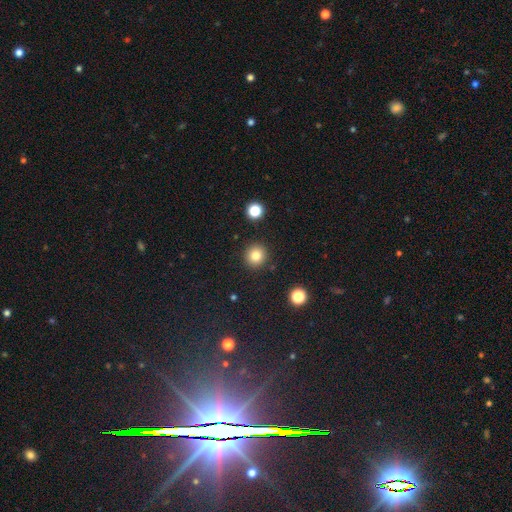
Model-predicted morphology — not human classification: Smooth or featured? Predicted: smooth (p=0.82). How rounded? Predicted: round (p=0.93). Merging? Predicted: none (p=0.90).